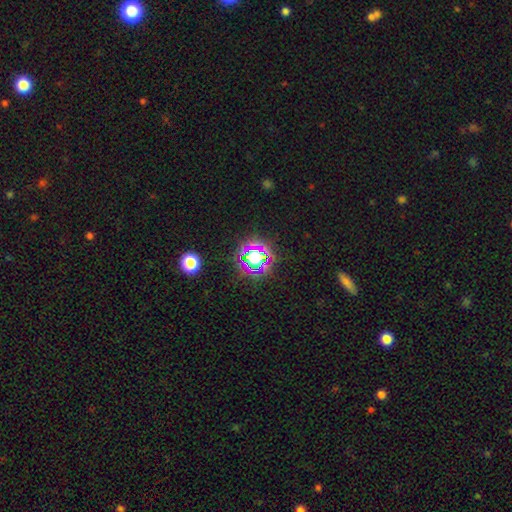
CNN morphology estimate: Smooth or featured? Predicted: star or artifact (p=0.63).